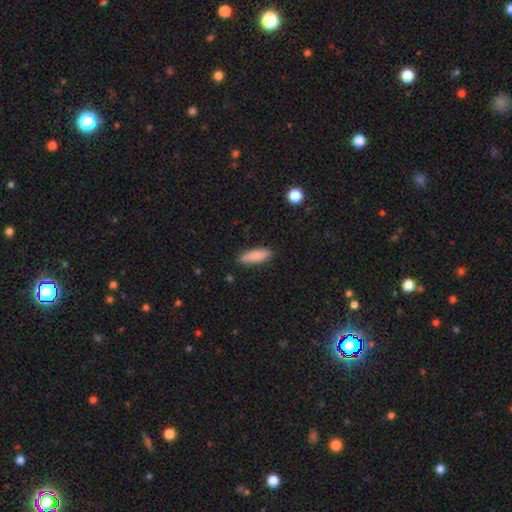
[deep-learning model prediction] This appears to be a smooth galaxy with no disk features (86%) that is in between round and cigar-shaped (55%). Merging: none (86%).